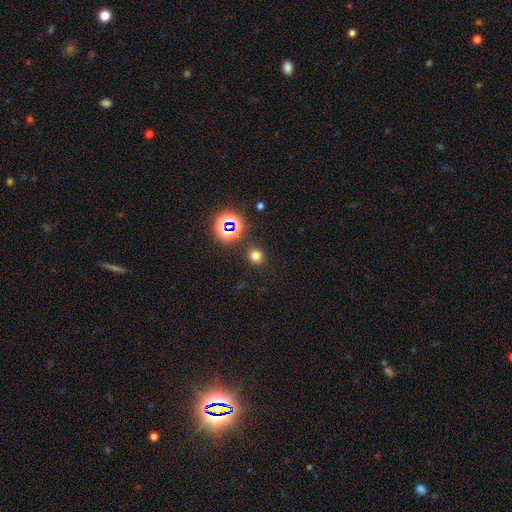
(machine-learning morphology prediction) Overall: smooth (71%). How rounded: round (88%). Merging: none (89%).